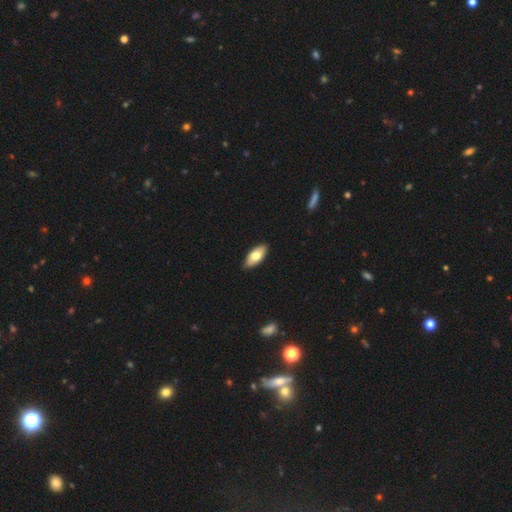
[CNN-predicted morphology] Smooth or featured?
  - smooth: 75% *
  - featured or disk: 20%
  - star or artifact: 5%
How rounded?
  - in between: 88% *
  - cigar-shaped: 10%
  - round: 2%
Merging?
  - none: 89% *
  - minor disturbance: 9%
  - major disturbance: 1%
  - merger: 1%